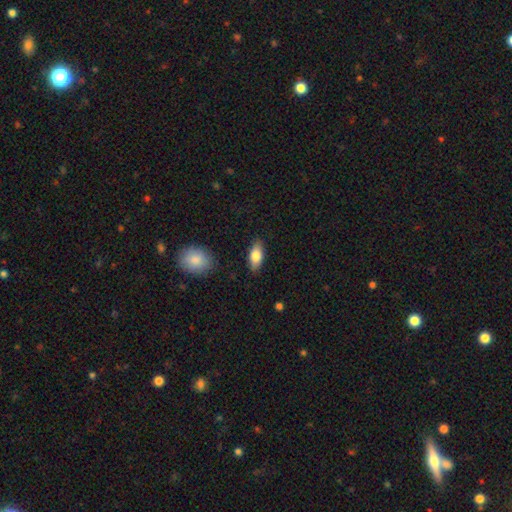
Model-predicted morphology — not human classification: Smooth or featured? smooth (80%)
How rounded? in between (86%)
Merging? none (85%)